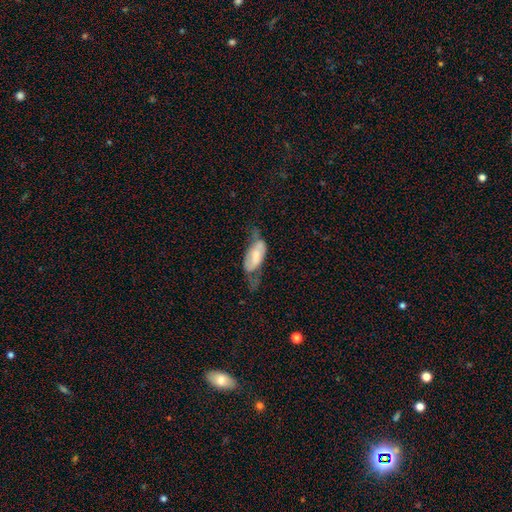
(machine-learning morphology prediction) Smooth or featured?
  - smooth: 51% *
  - featured or disk: 43%
  - star or artifact: 7%
How rounded?
  - in between: 86% *
  - cigar-shaped: 12%
  - round: 3%
Merging?
  - major disturbance: 39% *
  - minor disturbance: 30%
  - none: 27%
  - merger: 5%